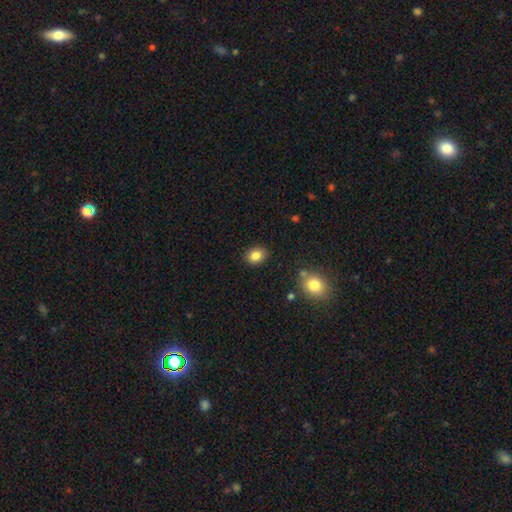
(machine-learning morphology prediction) Smooth or featured? Predicted: smooth (p=0.84). How rounded? Predicted: in between (p=0.52). Merging? Predicted: none (p=0.88).